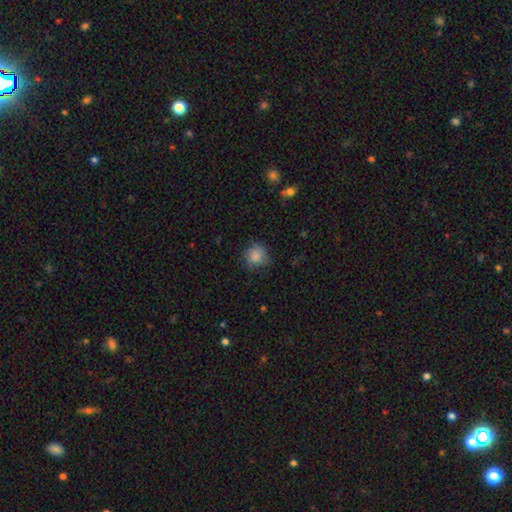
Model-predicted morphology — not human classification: Smooth or featured: smooth — 83% (star or artifact — 9%)
How rounded: round — 86% (in between — 13%)
Merging: none — 71% (minor disturbance — 21%)